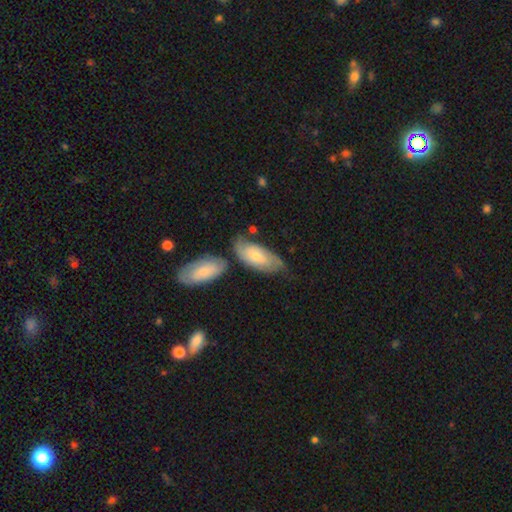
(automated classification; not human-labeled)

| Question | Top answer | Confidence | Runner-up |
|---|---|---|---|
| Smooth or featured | smooth | 53% | featured or disk (41%) |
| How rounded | in between | 86% | cigar-shaped (11%) |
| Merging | none | 47% | minor disturbance (28%) |